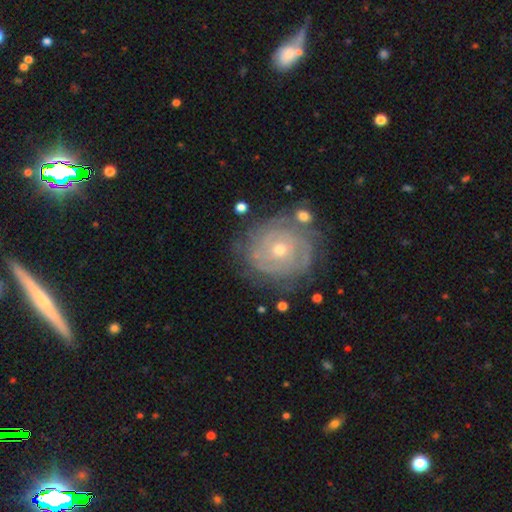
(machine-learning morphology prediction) Smooth or featured: featured or disk — 77% (smooth — 13%)
Edge-on disk: no — 97% (yes — 3%)
Bar: no — 77% (weak — 18%)
Spiral arms: yes — 91% (no — 9%)
Spiral winding: tight — 83% (medium — 14%)
Spiral arm count: can't tell — 38% (2 — 27%)
Bulge size: small — 54% (moderate — 43%)
Merging: none — 80% (minor disturbance — 13%)